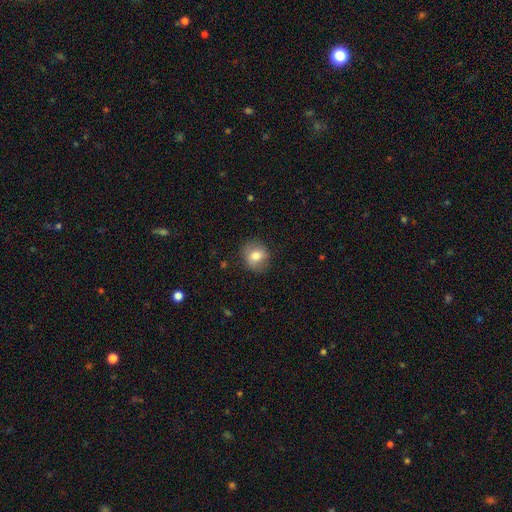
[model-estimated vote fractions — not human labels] Morphology: type=smooth (73%); roundness=round (77%); merging=none (82%).